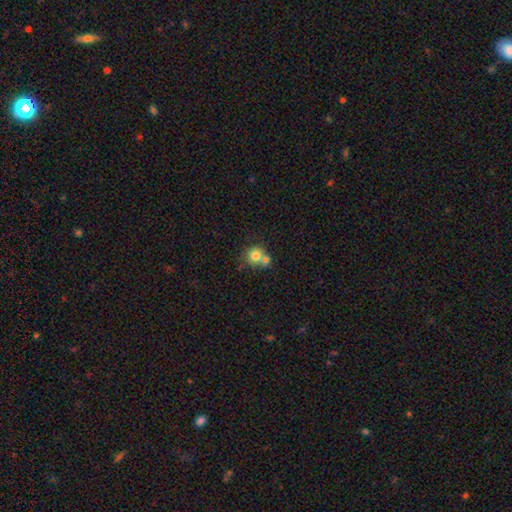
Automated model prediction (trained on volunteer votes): Smooth or featured? smooth (77%)
How rounded? round (84%)
Merging? merger (46%)